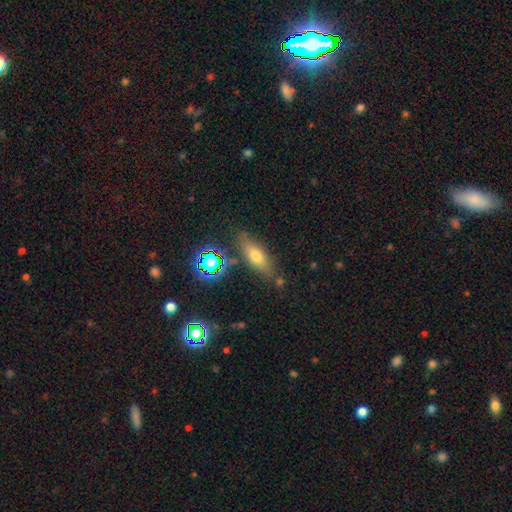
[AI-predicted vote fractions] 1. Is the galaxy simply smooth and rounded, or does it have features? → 60% smooth, 25% featured or disk, 16% star or artifact.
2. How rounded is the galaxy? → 58% in between, 35% cigar-shaped, 6% round.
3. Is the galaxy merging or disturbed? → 76% none, 14% minor disturbance, 6% merger, 4% major disturbance.